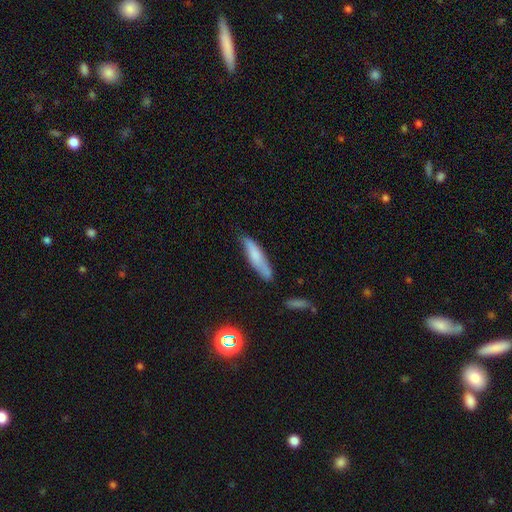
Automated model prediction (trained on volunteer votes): Overall: smooth (68%). How rounded: cigar-shaped (80%). Merging: none (68%).